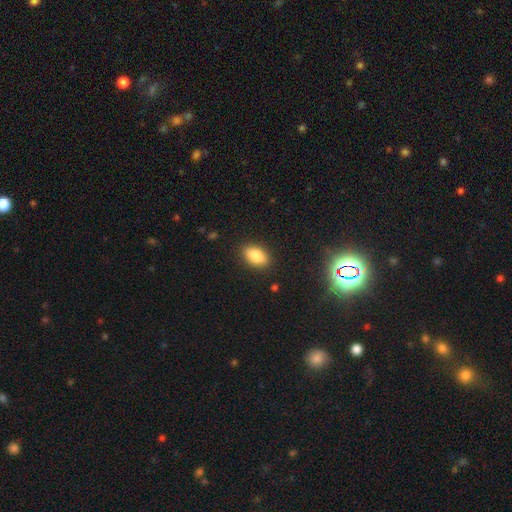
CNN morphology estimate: This is clearly a smooth galaxy (85%). How rounded: clearly in between (90%). Merging: clearly none (88%).